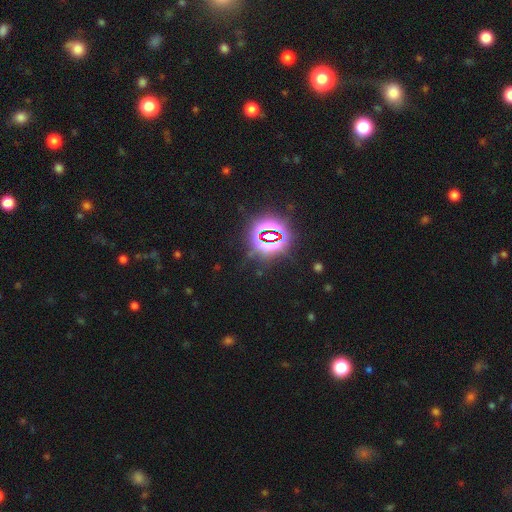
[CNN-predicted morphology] This appears to be a star or artifact, not a galaxy (78%).